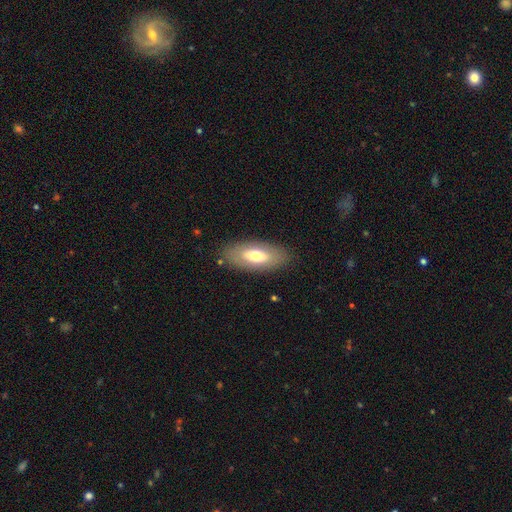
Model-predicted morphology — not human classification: A smooth galaxy with no disk features (64%) that is in between round and cigar-shaped (85%). Merging: none (85%).